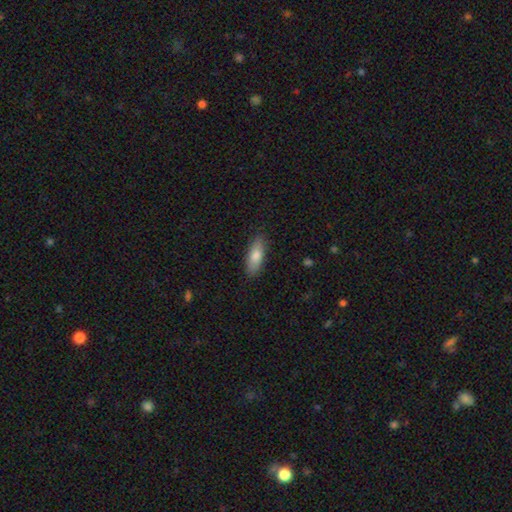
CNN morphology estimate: smooth 79%, featured or disk 15%, star or artifact 6%. Down the decision tree: how rounded — in between (68%); merging — none (86%).